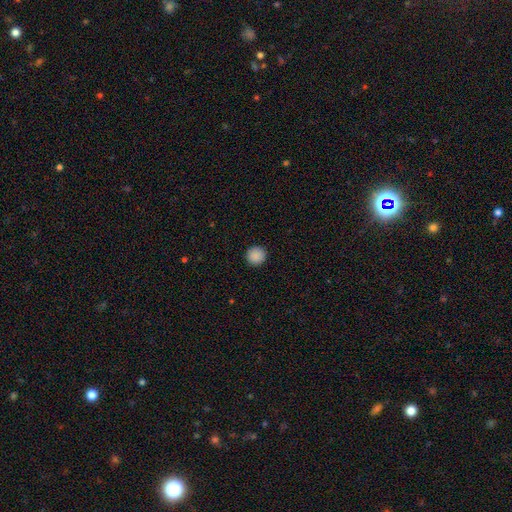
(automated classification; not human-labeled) A smooth galaxy with no disk features (89%) that is round (94%). Merging: none (92%).